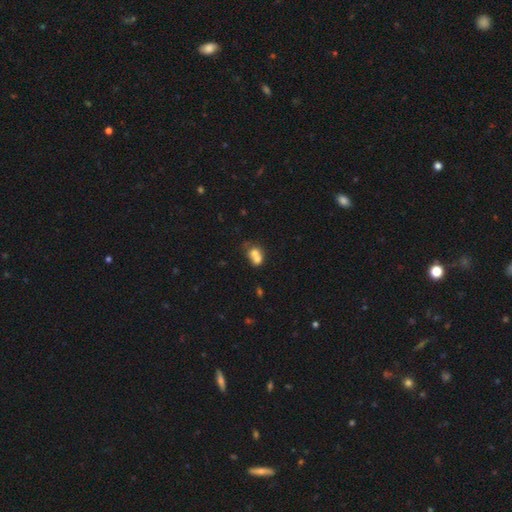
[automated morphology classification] Smooth or featured?
  - smooth: 67% *
  - featured or disk: 23%
  - star or artifact: 11%
How rounded?
  - round: 58% *
  - in between: 41%
  - cigar-shaped: 1%
Merging?
  - merger: 70% *
  - none: 20%
  - minor disturbance: 6%
  - major disturbance: 4%